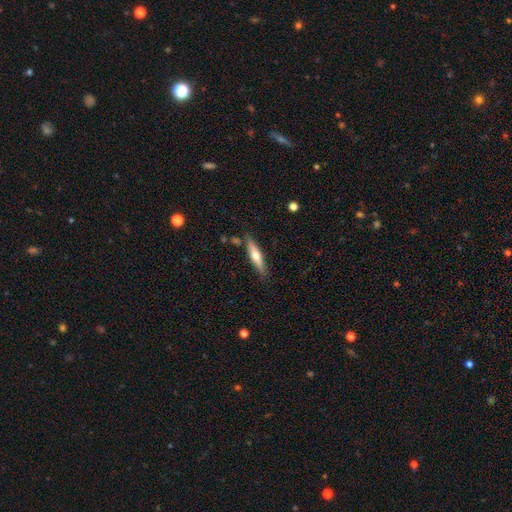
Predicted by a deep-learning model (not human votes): Smooth or featured: smooth — 47% (tied with featured or disk — 47%)
Merging: none — 81% (minor disturbance — 12%)